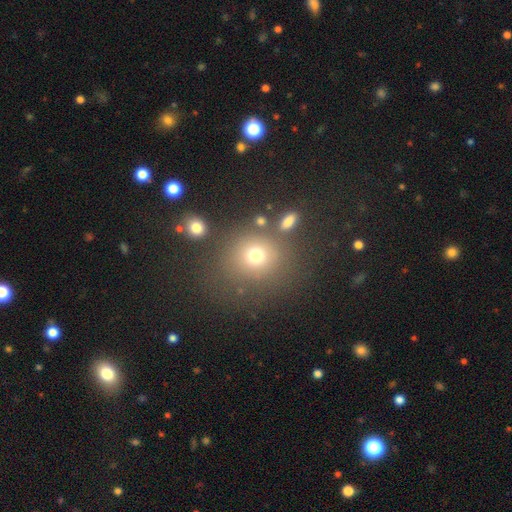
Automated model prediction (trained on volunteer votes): A smooth galaxy with no disk features (72%) that is round (81%).

Vote fractions:
- Smooth or featured? smooth: 72% / star or artifact: 17% / featured or disk: 11%
- How rounded? round: 81% / in between: 18% / cigar-shaped: 1%
- Merging? none: 71% / minor disturbance: 12% / merger: 10% / major disturbance: 7%